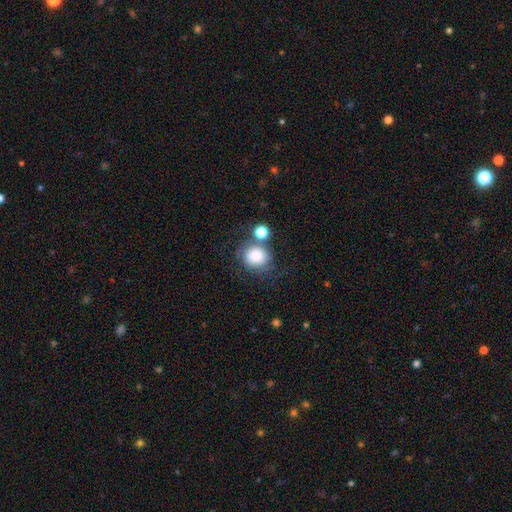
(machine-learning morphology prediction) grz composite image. It shows a smooth galaxy with no disk features (79%) that is round (75%). Merging: none (49%).